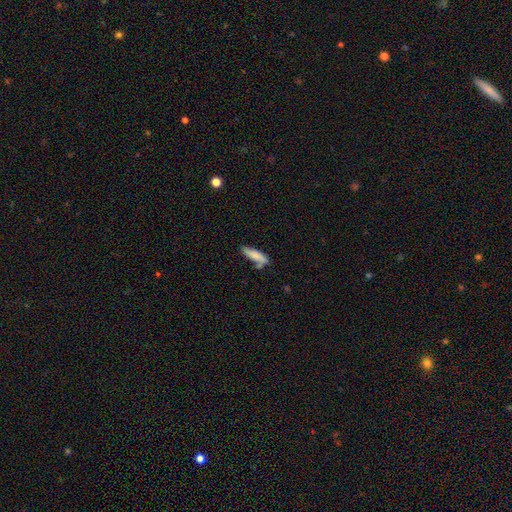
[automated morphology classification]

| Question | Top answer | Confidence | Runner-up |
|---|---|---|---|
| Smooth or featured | smooth | 77% | featured or disk (16%) |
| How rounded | cigar-shaped | 60% | in between (38%) |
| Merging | none | 57% | minor disturbance (23%) |